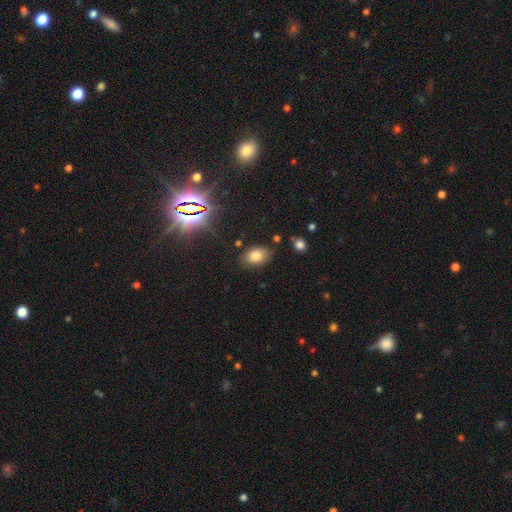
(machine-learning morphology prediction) Overall: smooth (78%). How rounded: in between (80%). Merging: none (80%).